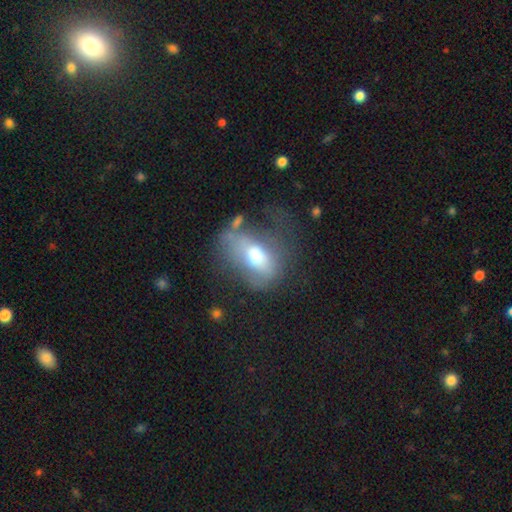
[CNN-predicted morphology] Smooth or featured: smooth — 53% (featured or disk — 38%)
How rounded: in between — 81% (round — 15%)
Merging: major disturbance — 37% (none — 31%)